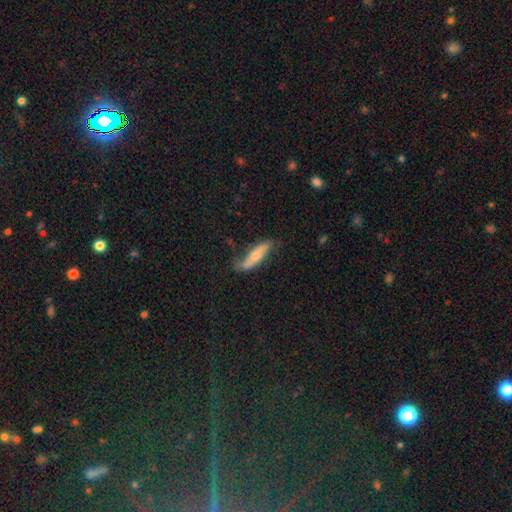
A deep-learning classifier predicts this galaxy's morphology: Smooth or featured: featured or disk — 49% (smooth — 45%)
Merging: none — 64% (minor disturbance — 26%)